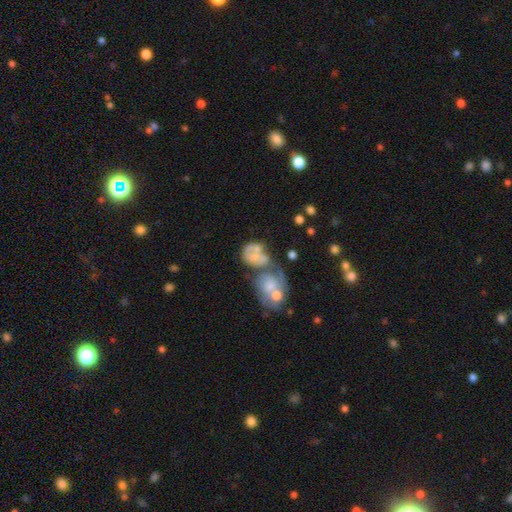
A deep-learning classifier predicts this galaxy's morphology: This appears to be a featured or disk galaxy (49%). Merging: merger (60%).